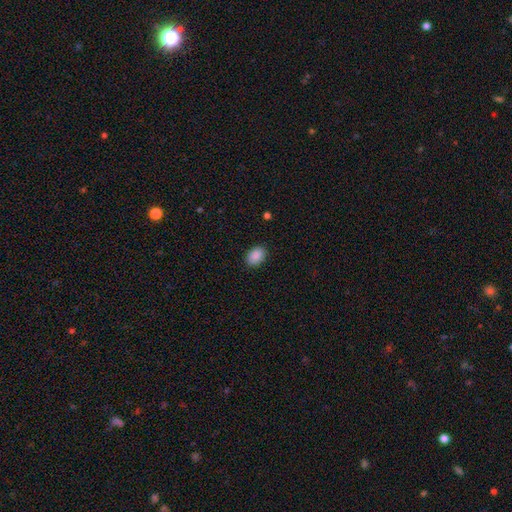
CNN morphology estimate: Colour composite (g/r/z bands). It shows a smooth galaxy with no disk features (90%) that is in between round and cigar-shaped (83%). Merging: none (88%).